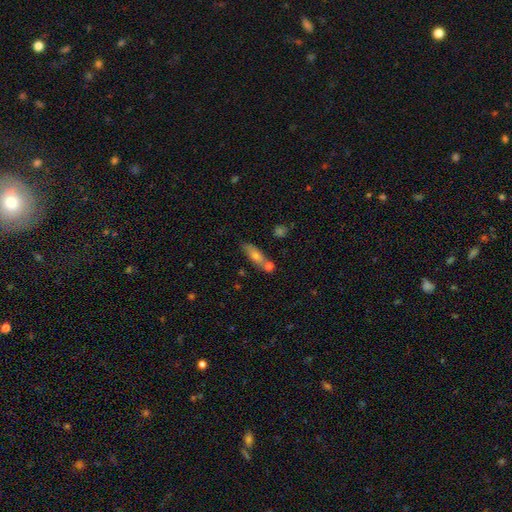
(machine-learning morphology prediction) Smooth or featured? smooth (65%)
How rounded? cigar-shaped (49%)
Merging? none (62%)